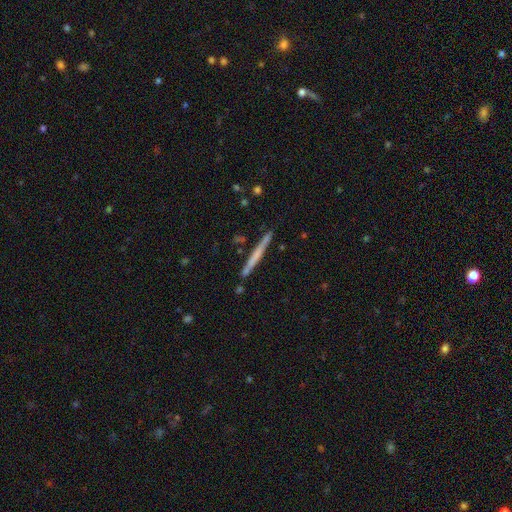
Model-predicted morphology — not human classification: This is possibly a featured or disk galaxy (51%). It is clearly viewed edge-on (97%). Merging: clearly none (88%).